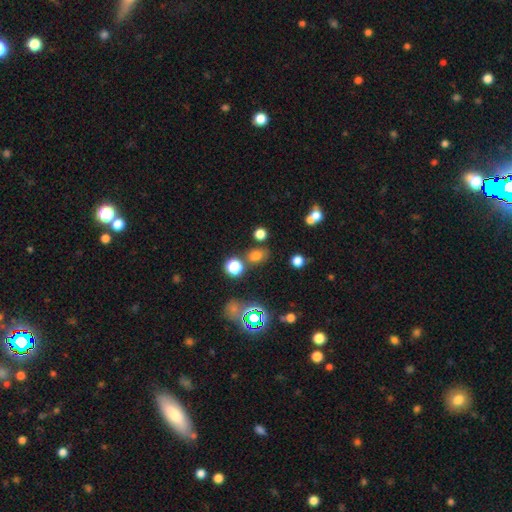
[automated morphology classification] smooth-or-featured: smooth: 69% | star or artifact: 24% | featured or disk: 7%
  how-rounded: in between: 52% | round: 47% | cigar-shaped: 2%
  merging: none: 72% | minor disturbance: 13% | merger: 10% | major disturbance: 5%